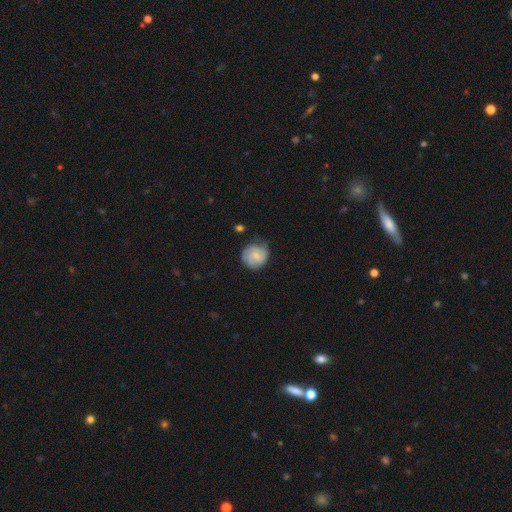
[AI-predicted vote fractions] smooth 51%, featured or disk 42%, star or artifact 7%. Down the decision tree: how rounded — round (84%); merging — none (66%).